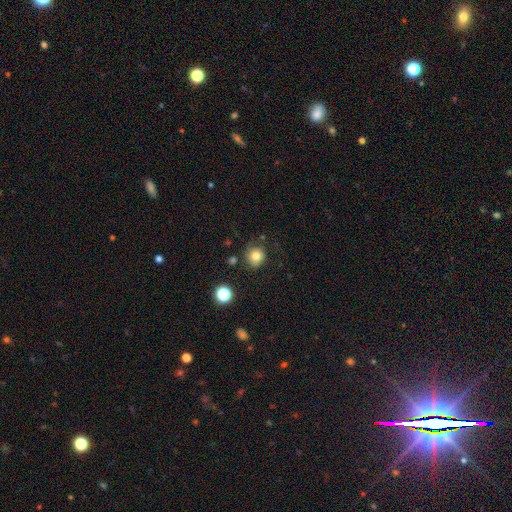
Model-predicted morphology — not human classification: This appears to be a smooth galaxy with no disk features (78%) that is round (87%). Merging: none (74%).